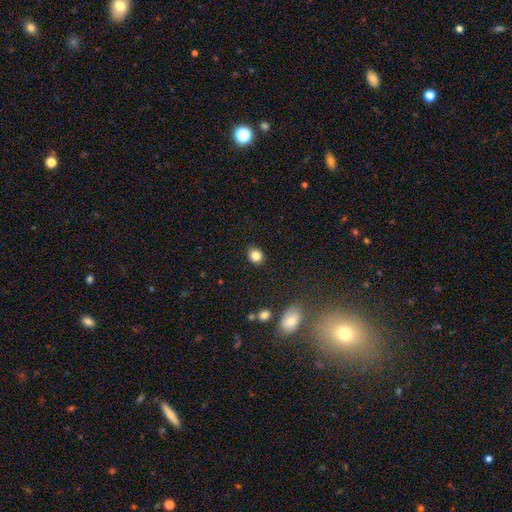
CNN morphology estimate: Smooth or featured? Predicted: smooth (p=0.84). How rounded? Predicted: round (p=0.64). Merging? Predicted: none (p=0.89).